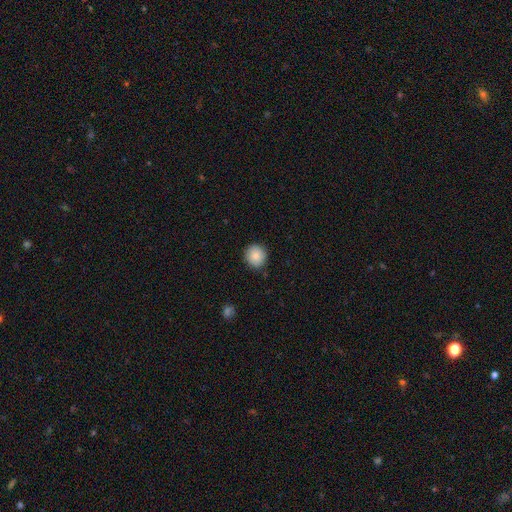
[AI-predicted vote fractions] smooth 86%, star or artifact 8%, featured or disk 6%. Down the decision tree: how rounded — round (91%); merging — none (88%).